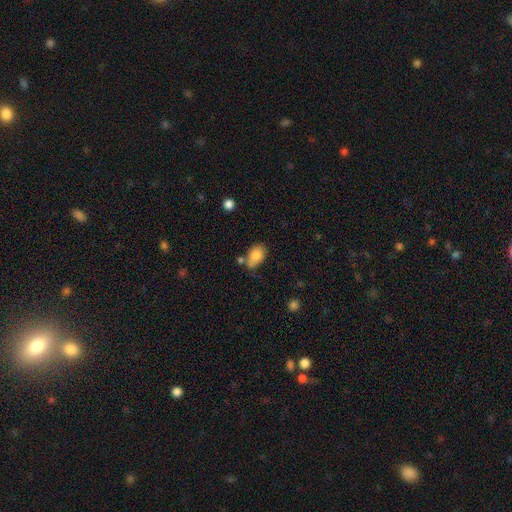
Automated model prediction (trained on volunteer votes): smooth 81%, featured or disk 11%, star or artifact 8%. Down the decision tree: how rounded — in between (84%); merging — none (52%).